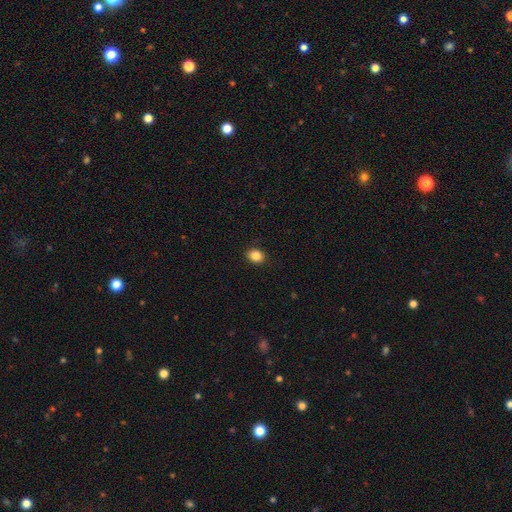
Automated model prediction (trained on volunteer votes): Smooth or featured: smooth — 86% (star or artifact — 10%)
How rounded: in between — 52% (round — 47%)
Merging: none — 90% (minor disturbance — 7%)